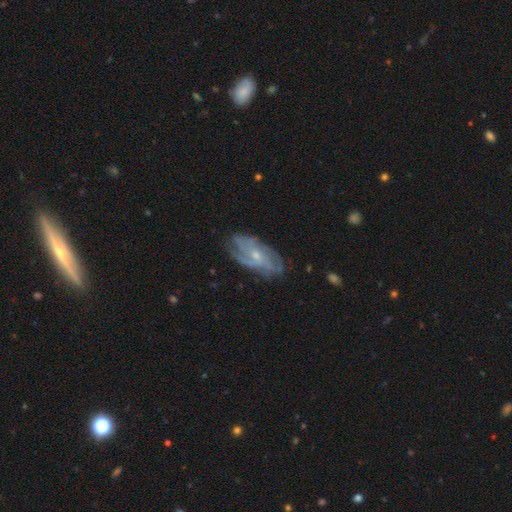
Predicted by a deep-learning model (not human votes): Smooth or featured? featured or disk (79%)
Edge-on disk? no (93%)
Bar? no (63%)
Spiral arms? yes (89%)
Spiral winding? tight (41%)
Spiral arm count? can't tell (35%)
Bulge size? small (67%)
Merging? none (68%)